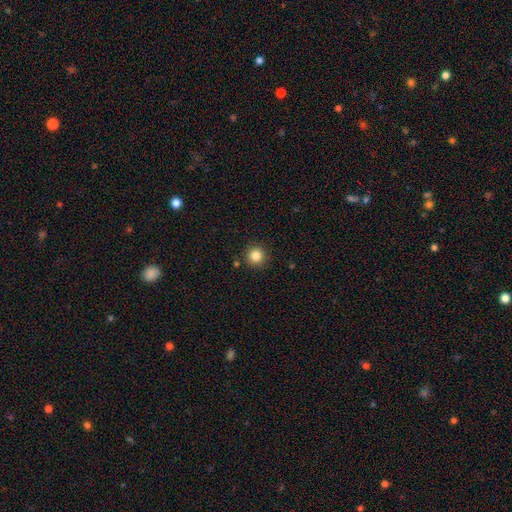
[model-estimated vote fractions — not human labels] A smooth galaxy with no disk features (84%) that is round (95%).

Vote fractions:
- Smooth or featured? smooth: 84% / star or artifact: 11% / featured or disk: 5%
- How rounded? round: 95% / in between: 4% / cigar-shaped: 1%
- Merging? none: 89% / minor disturbance: 6% / merger: 3% / major disturbance: 2%